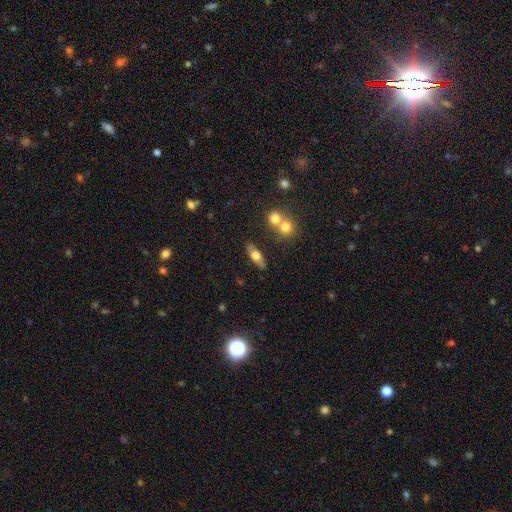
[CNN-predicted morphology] Overall: smooth (59%; featured or disk 33%). How rounded: in between (68%). Merging: none (76%).